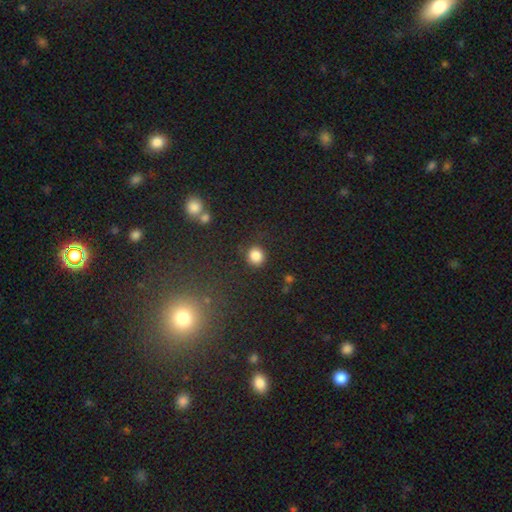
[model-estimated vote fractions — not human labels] A smooth galaxy with no disk features (85%) that is round (85%).

Vote fractions:
- Smooth or featured? smooth: 85% / star or artifact: 11% / featured or disk: 4%
- How rounded? round: 85% / in between: 14% / cigar-shaped: 1%
- Merging? none: 84% / minor disturbance: 10% / major disturbance: 4% / merger: 2%